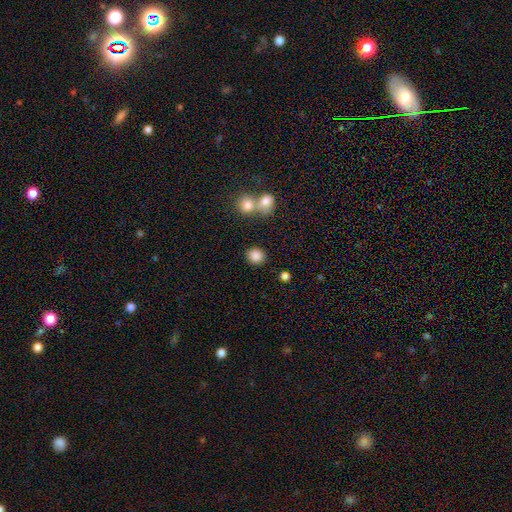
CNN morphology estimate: Smooth or featured: smooth — 85% (star or artifact — 10%)
How rounded: round — 80% (in between — 19%)
Merging: none — 81% (merger — 8%)